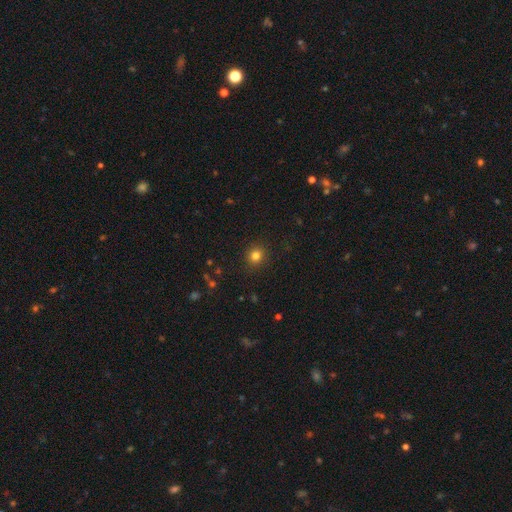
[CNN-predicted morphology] smooth-or-featured: smooth: 81% | star or artifact: 13% | featured or disk: 5%
  how-rounded: round: 89% | in between: 10% | cigar-shaped: 1%
  merging: none: 91% | minor disturbance: 6% | major disturbance: 2% | merger: 1%